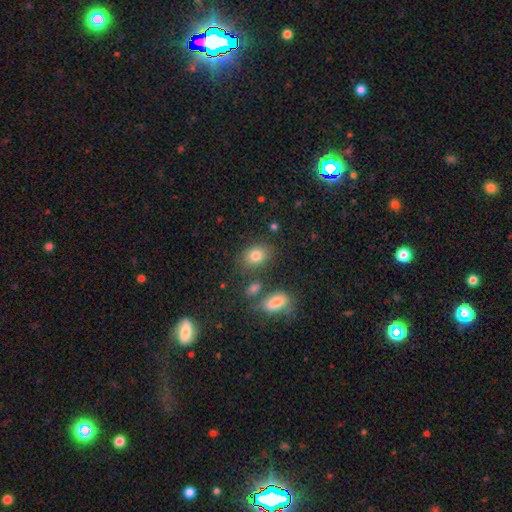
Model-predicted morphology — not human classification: type=smooth (80%); roundness=in between (68%); merging=none (73%).